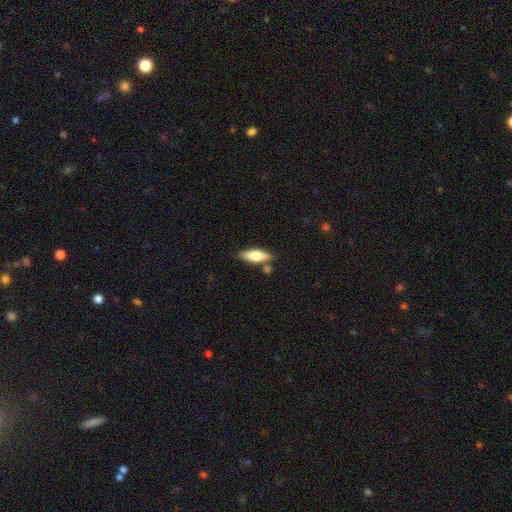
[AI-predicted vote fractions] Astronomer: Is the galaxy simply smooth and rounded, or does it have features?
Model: smooth — 70%.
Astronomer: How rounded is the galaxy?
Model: in between — 60% (runner-up: cigar-shaped, 38%).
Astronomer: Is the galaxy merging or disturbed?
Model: none — 76%.